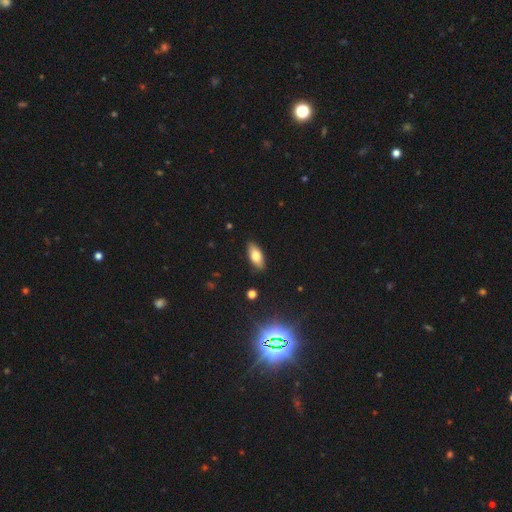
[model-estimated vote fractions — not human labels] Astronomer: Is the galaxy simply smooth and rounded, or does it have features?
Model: smooth — 76%.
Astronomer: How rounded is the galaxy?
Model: in between — 83%.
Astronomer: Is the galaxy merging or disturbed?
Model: none — 88%.